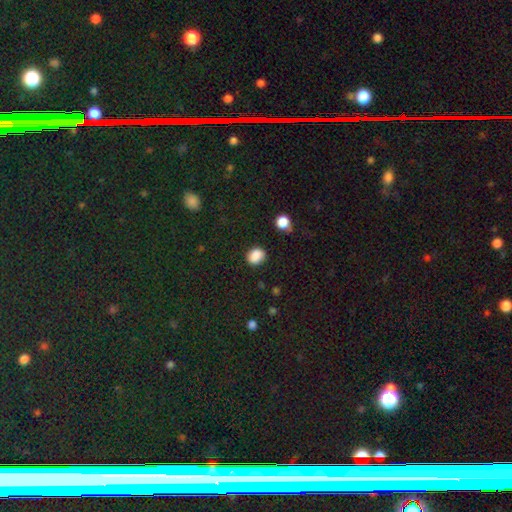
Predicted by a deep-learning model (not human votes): Morphology: type=smooth (87%); roundness=round (54%); merging=none (84%).